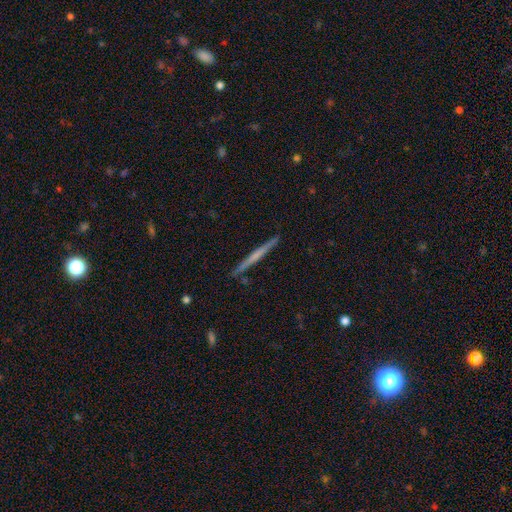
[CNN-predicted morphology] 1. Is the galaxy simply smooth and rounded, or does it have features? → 54% featured or disk, 40% smooth, 6% star or artifact.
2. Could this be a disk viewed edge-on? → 98% yes, 2% no.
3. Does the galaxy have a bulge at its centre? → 74% none, 19% rounded, 7% boxy.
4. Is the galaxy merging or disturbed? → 91% none, 6% minor disturbance, 1% merger, 1% major disturbance.